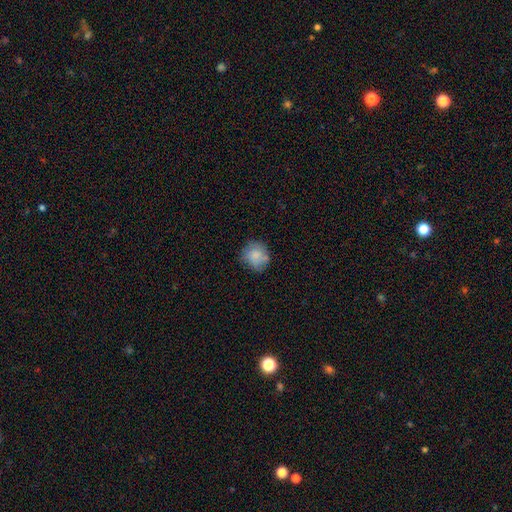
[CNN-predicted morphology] The model was most divided on "merging": none: 67%, minor disturbance: 23%, major disturbance: 7%, merger: 3%. More confident: how rounded — round (83%); smooth or featured — smooth (77%).